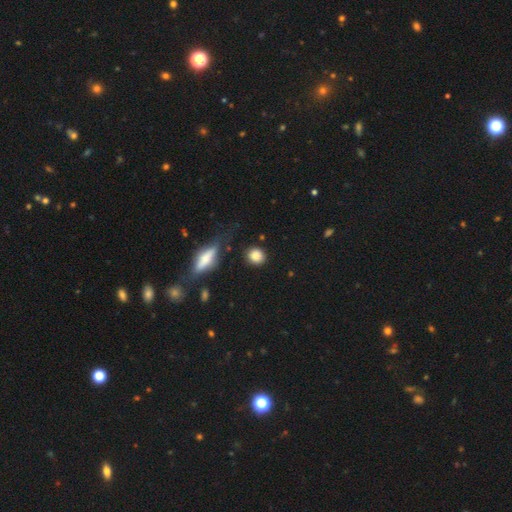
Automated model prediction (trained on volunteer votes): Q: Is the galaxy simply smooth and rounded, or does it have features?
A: smooth — 85%.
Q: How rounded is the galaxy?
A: round — 77%.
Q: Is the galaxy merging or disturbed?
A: none — 83%.